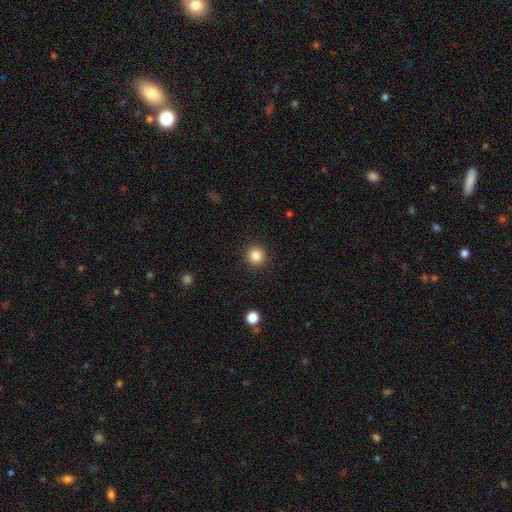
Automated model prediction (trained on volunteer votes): Smooth or featured: smooth — 85% (star or artifact — 11%)
How rounded: round — 94% (in between — 5%)
Merging: none — 92% (minor disturbance — 5%)